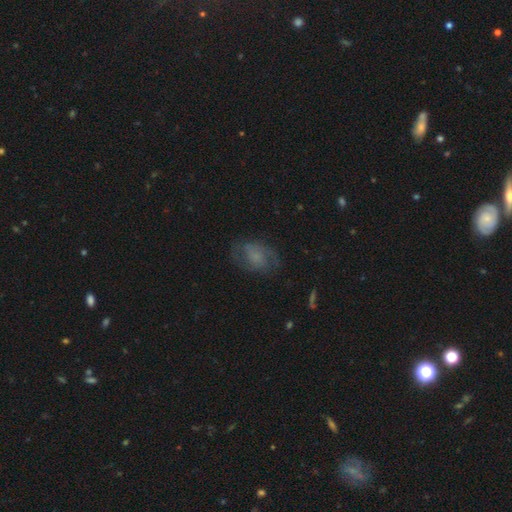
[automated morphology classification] This appears to be a featured or disk galaxy (50%). Merging: none (65%).